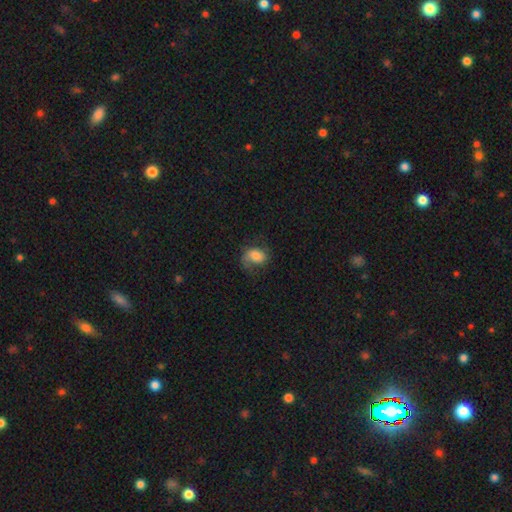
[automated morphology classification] smooth-or-featured: smooth: 60% | featured or disk: 30% | star or artifact: 9%
  how-rounded: in between: 66% | round: 33% | cigar-shaped: 1%
  merging: none: 50% | minor disturbance: 26% | major disturbance: 23% | merger: 2%